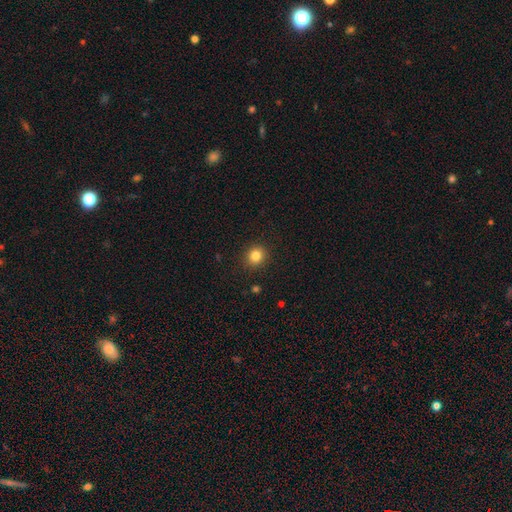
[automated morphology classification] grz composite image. It shows a smooth galaxy with no disk features (83%) that is round (87%). Merging: none (91%).